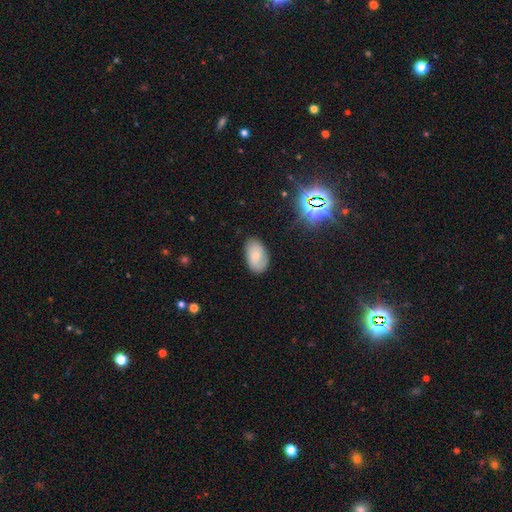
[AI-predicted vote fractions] The model was most divided on "smooth or featured": smooth: 71%, featured or disk: 19%, star or artifact: 10%. More confident: how rounded — in between (93%); merging — none (82%).